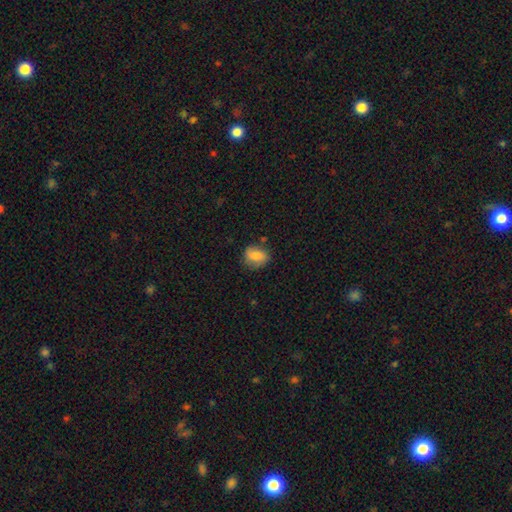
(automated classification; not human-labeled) smooth 76%, featured or disk 15%, star or artifact 8%. Down the decision tree: how rounded — in between (52%); merging — none (70%).